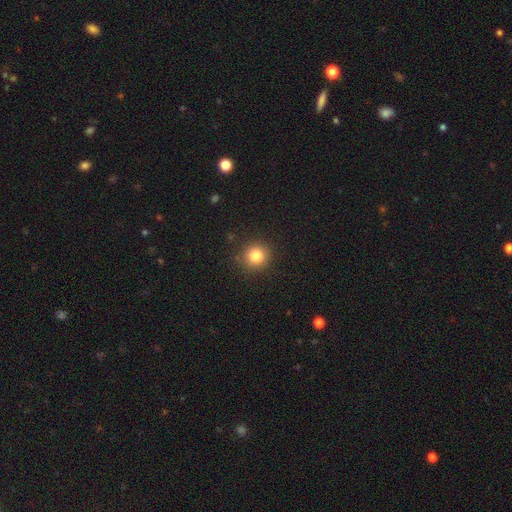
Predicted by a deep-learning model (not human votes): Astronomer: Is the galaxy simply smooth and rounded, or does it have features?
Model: smooth — 82%.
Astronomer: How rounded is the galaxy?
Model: round — 92%.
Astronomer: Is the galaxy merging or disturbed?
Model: none — 89%.